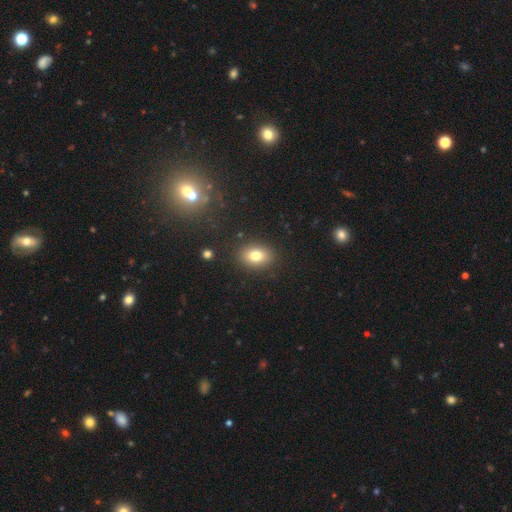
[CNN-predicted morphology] A smooth galaxy with no disk features (80%) that is in between round and cigar-shaped (75%).

Vote fractions:
- Smooth or featured? smooth: 80% / star or artifact: 11% / featured or disk: 9%
- How rounded? in between: 75% / round: 24% / cigar-shaped: 1%
- Merging? none: 87% / minor disturbance: 9% / major disturbance: 3% / merger: 2%